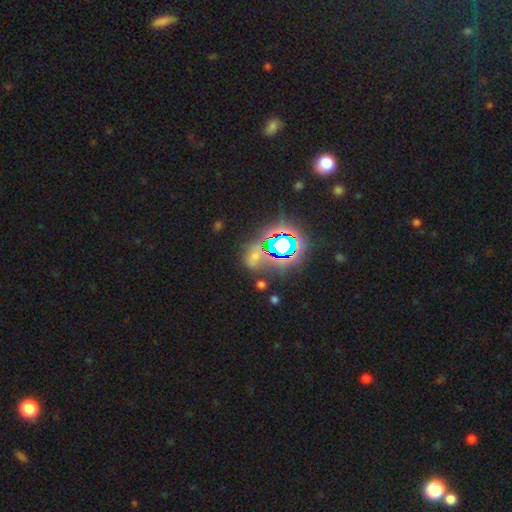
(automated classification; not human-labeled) Smooth or featured?
  - star or artifact: 60% *
  - smooth: 28%
  - featured or disk: 12%